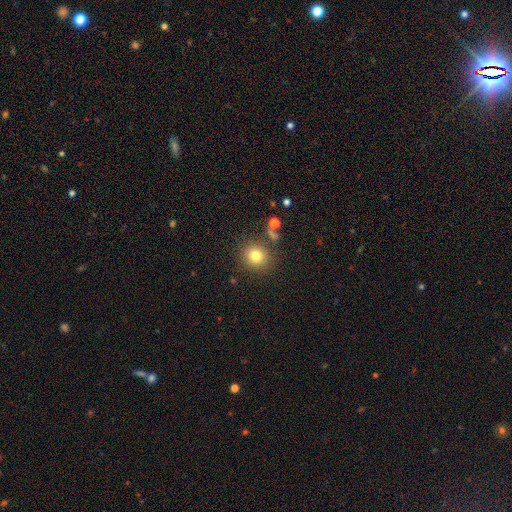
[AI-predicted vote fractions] This is likely a smooth galaxy (79%). How rounded: clearly round (86%). Merging: clearly none (82%).